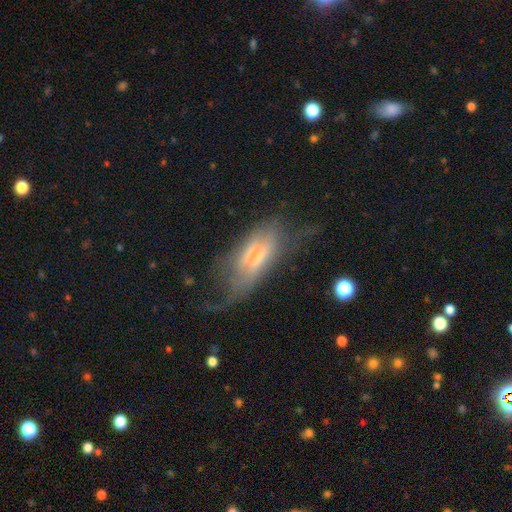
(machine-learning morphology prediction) Smooth or featured?
  - featured or disk: 60% *
  - smooth: 31%
  - star or artifact: 10%
Edge-on disk?
  - yes: 53% *
  - no: 47%
Merging?
  - none: 38% *
  - major disturbance: 31%
  - minor disturbance: 27%
  - merger: 4%